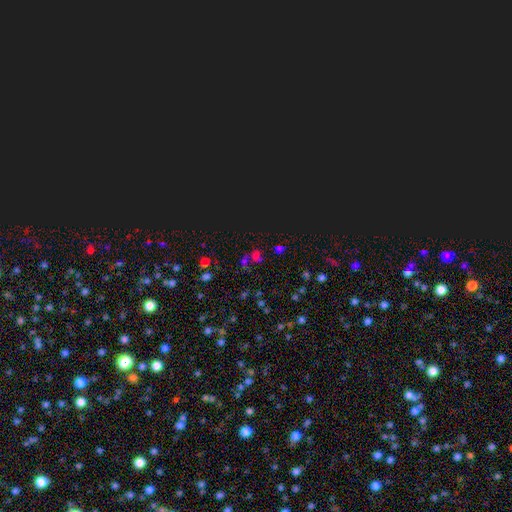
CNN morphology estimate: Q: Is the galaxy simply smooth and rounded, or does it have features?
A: star or artifact — 55%.